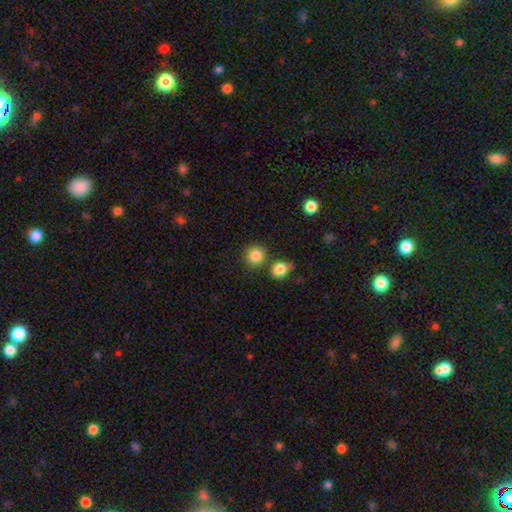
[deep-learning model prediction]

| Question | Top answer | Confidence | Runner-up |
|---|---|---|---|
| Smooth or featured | smooth | 85% | star or artifact (10%) |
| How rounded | round | 90% | in between (9%) |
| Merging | none | 77% | merger (11%) |